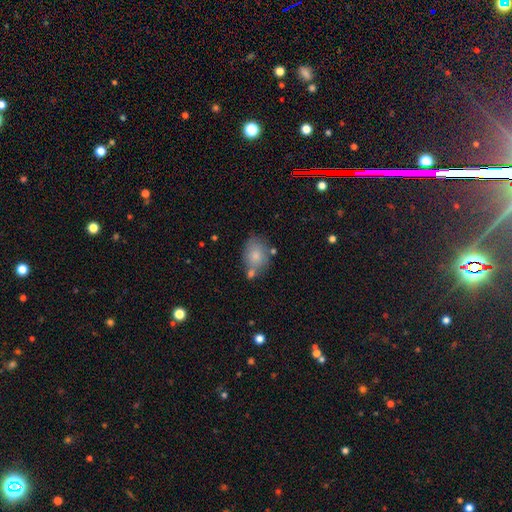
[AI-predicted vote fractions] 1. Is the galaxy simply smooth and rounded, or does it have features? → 79% smooth, 13% featured or disk, 8% star or artifact.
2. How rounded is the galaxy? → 71% in between, 27% round, 1% cigar-shaped.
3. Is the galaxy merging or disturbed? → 55% none, 20% minor disturbance, 19% merger, 6% major disturbance.